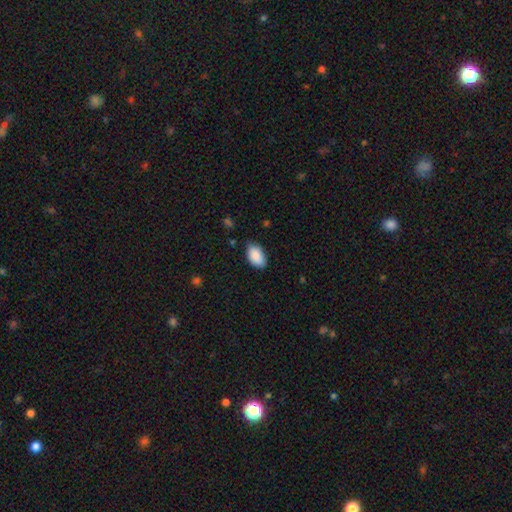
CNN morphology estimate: Q: Smooth or featured?
A: smooth (89%); runner-up: star or artifact (6%)
Q: How rounded?
A: in between (94%); runner-up: round (5%)
Q: Merging?
A: none (78%); runner-up: minor disturbance (18%)